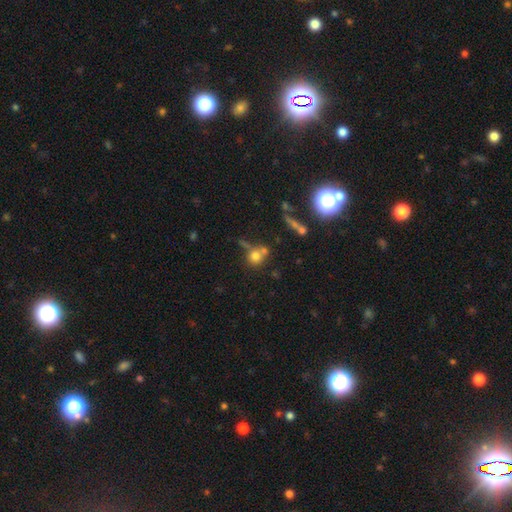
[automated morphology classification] smooth-or-featured: smooth: 71% | star or artifact: 15% | featured or disk: 14%
  how-rounded: round: 86% | in between: 12% | cigar-shaped: 2%
  merging: none: 49% | merger: 32% | minor disturbance: 12% | major disturbance: 8%